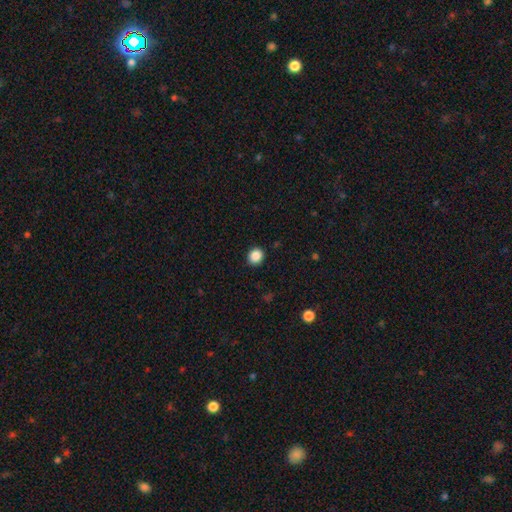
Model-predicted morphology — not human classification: A smooth galaxy with no disk features (88%) that is round (79%).

Vote fractions:
- Smooth or featured? smooth: 88% / star or artifact: 10% / featured or disk: 3%
- How rounded? round: 79% / in between: 20% / cigar-shaped: 1%
- Merging? none: 91% / minor disturbance: 6% / major disturbance: 2% / merger: 1%